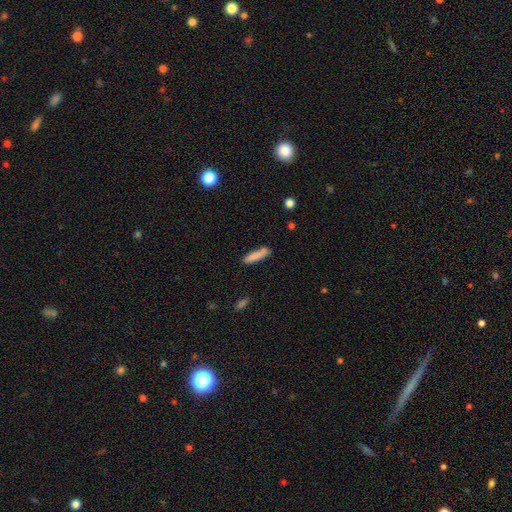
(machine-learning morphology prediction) type=smooth (82%); roundness=cigar-shaped (80%); merging=none (71%).